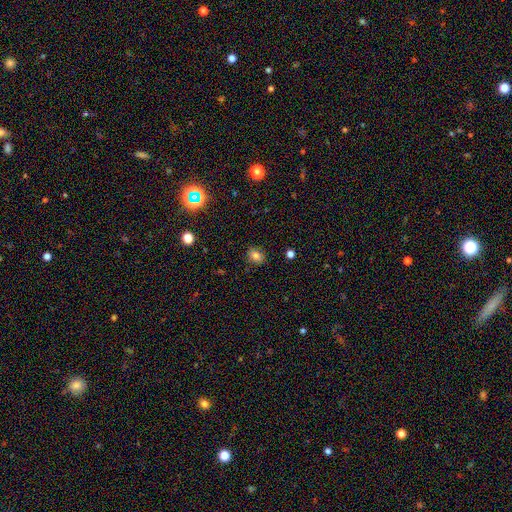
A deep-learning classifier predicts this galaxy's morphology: Smooth or featured? smooth (77%)
How rounded? in between (55%)
Merging? none (85%)